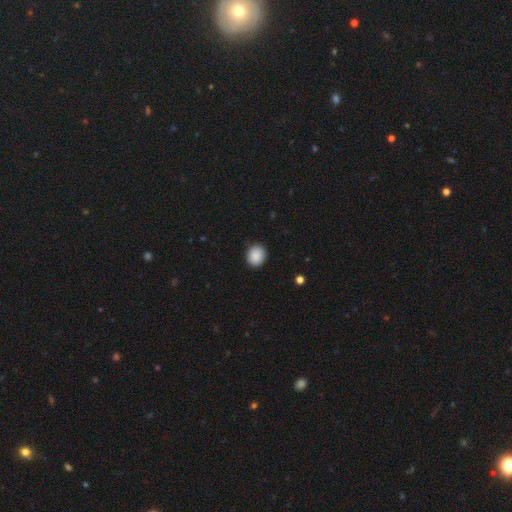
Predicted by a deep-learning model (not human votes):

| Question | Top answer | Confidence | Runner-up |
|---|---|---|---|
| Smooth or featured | smooth | 89% | star or artifact (8%) |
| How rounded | round | 71% | in between (28%) |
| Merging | none | 90% | minor disturbance (7%) |